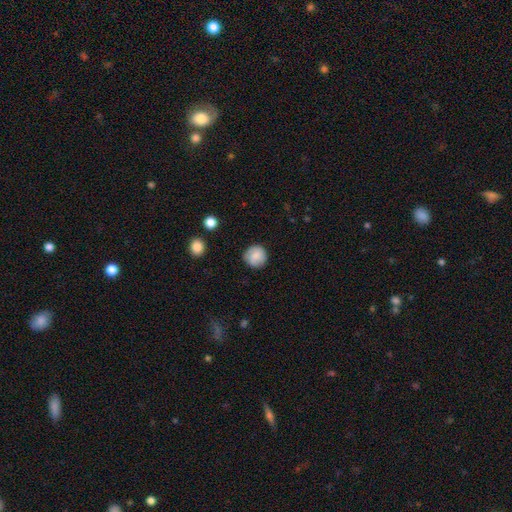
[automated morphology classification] Smooth or featured? Predicted: smooth (p=0.79). How rounded? Predicted: round (p=0.92). Merging? Predicted: none (p=0.84).